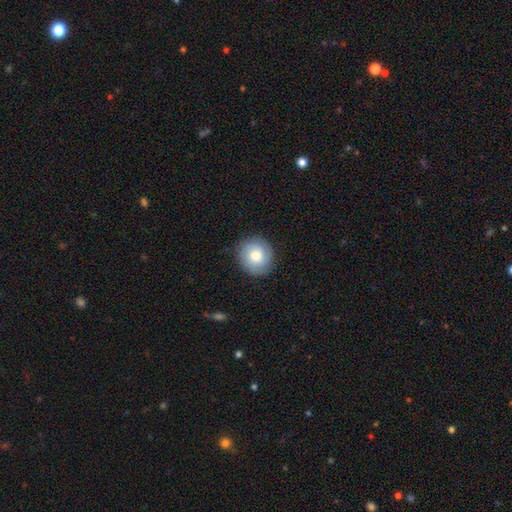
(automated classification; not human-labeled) Smooth or featured: smooth — 67% (featured or disk — 25%)
How rounded: round — 90% (in between — 9%)
Merging: none — 86% (minor disturbance — 10%)